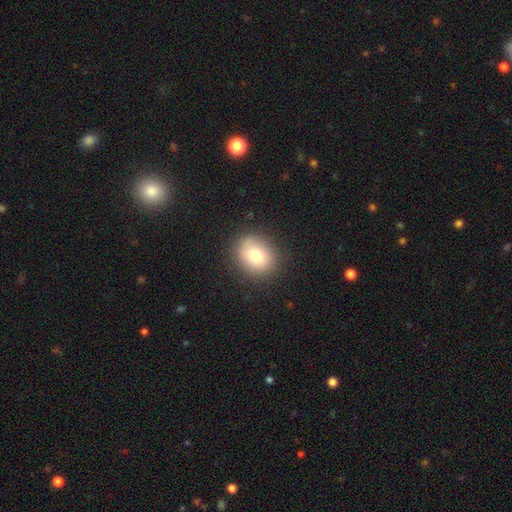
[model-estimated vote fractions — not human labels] smooth_or_featured: smooth (p=0.77) [alt: featured or disk p=0.13]
how_rounded: round (p=0.54) [alt: in between p=0.45]
merging: none (p=0.85) [alt: minor disturbance p=0.10]